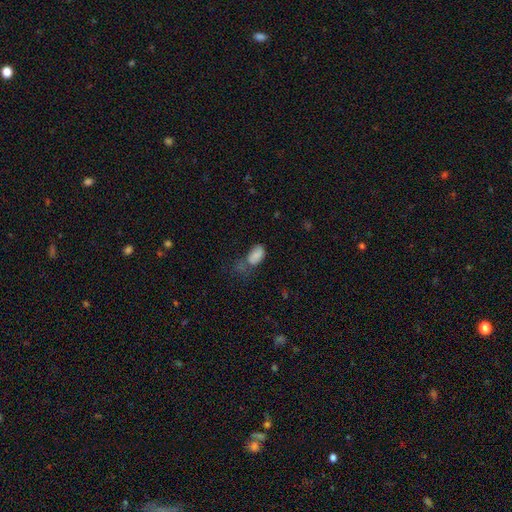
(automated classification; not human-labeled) Q: Smooth or featured?
A: smooth (76%); runner-up: featured or disk (14%)
Q: How rounded?
A: in between (91%); runner-up: round (7%)
Q: Merging?
A: none (33%); runner-up: minor disturbance (28%)